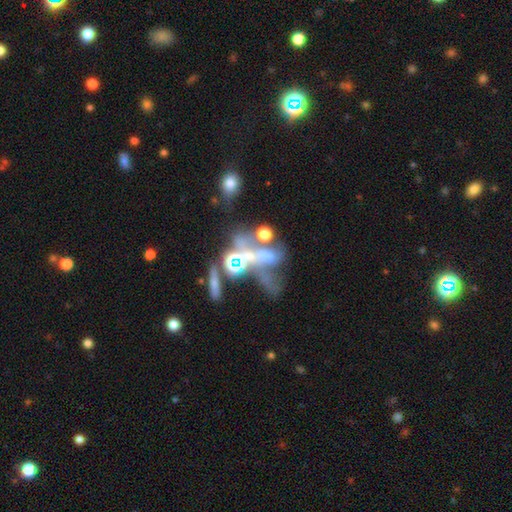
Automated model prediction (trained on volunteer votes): Overall: featured or disk (46%; star or artifact 32%). Merging: merger (39%; major disturbance 33%).